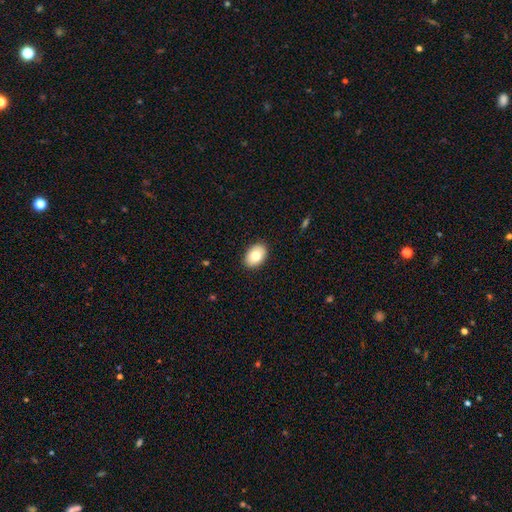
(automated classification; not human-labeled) Morphology: type=smooth (78%); roundness=in between (84%); merging=none (89%).